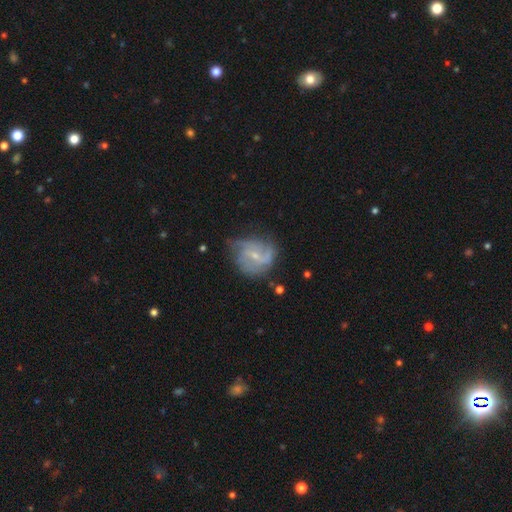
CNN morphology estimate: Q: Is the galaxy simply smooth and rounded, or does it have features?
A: featured or disk — 76%.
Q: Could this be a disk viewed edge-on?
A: no — 97%.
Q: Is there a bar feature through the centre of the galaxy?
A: weak — 49%.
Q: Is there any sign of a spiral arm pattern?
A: yes — 90%.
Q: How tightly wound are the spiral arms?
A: medium — 45%.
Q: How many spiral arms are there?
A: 2 — 38%.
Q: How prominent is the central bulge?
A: small — 70%.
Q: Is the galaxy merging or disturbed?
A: none — 55%.